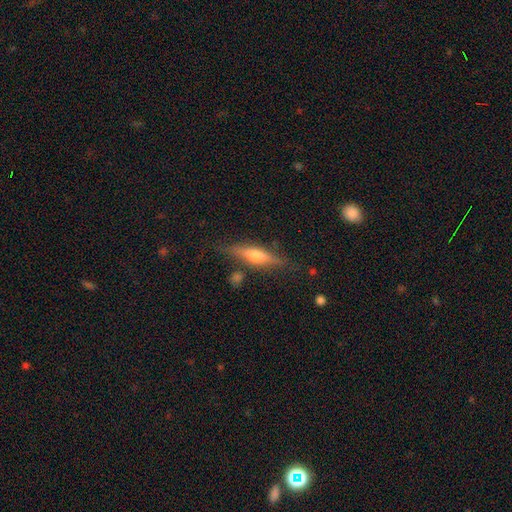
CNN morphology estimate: Q: Smooth or featured?
A: featured or disk (57%); runner-up: smooth (36%)
Q: Edge-on disk?
A: yes (94%); runner-up: no (6%)
Q: Edge-on bulge?
A: rounded (87%); runner-up: boxy (8%)
Q: Merging?
A: none (79%); runner-up: minor disturbance (13%)